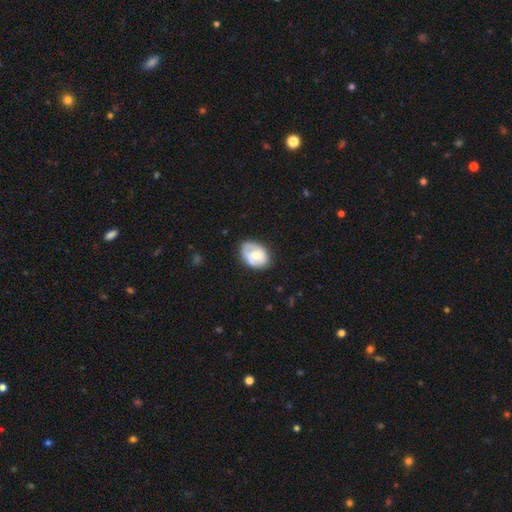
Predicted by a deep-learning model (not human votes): Overall: smooth (55%; featured or disk 39%). How rounded: in between (78%). Merging: none (63%; minor disturbance 28%).